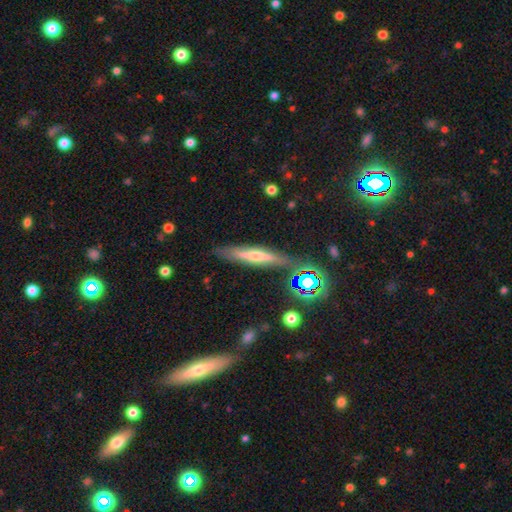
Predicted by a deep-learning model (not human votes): Smooth or featured? featured or disk (51%)
Edge-on disk? yes (85%)
Merging? none (78%)